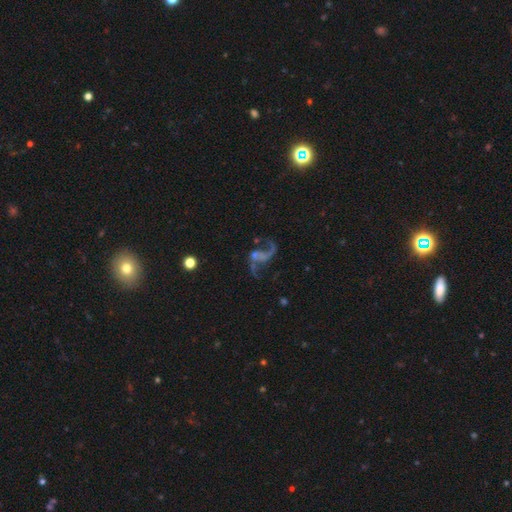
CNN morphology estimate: Smooth or featured? featured or disk (80%)
Edge-on disk? no (97%)
Bar? no (55%)
Spiral arms? yes (90%)
Spiral winding? loose (84%)
Spiral arm count? 2 (83%)
Bulge size? none (45%)
Merging? none (52%)